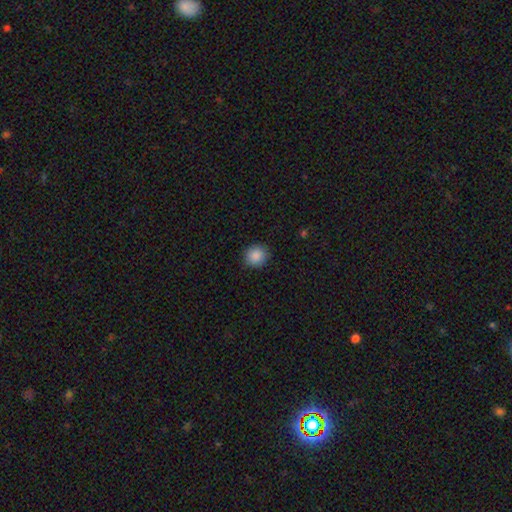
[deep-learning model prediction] Q: Smooth or featured?
A: smooth (88%); runner-up: star or artifact (9%)
Q: How rounded?
A: round (84%); runner-up: in between (15%)
Q: Merging?
A: none (90%); runner-up: minor disturbance (7%)